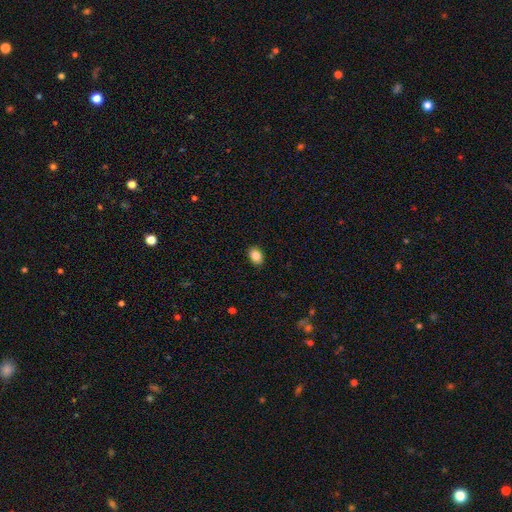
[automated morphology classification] type=smooth (85%); roundness=in between (71%); merging=none (90%).